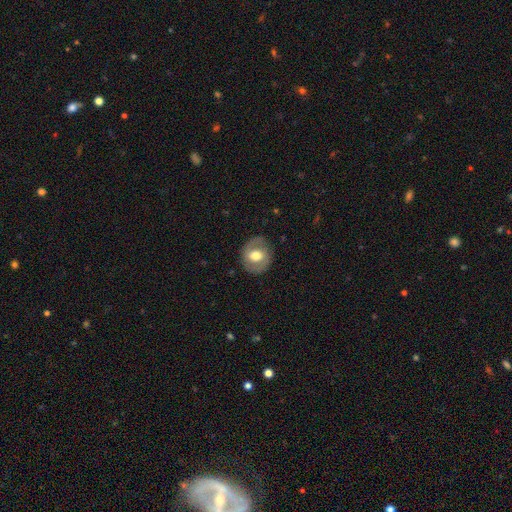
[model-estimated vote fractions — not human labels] Smooth or featured?
  - featured or disk: 50% *
  - smooth: 44%
  - star or artifact: 6%
Merging?
  - none: 83% *
  - minor disturbance: 12%
  - major disturbance: 4%
  - merger: 1%